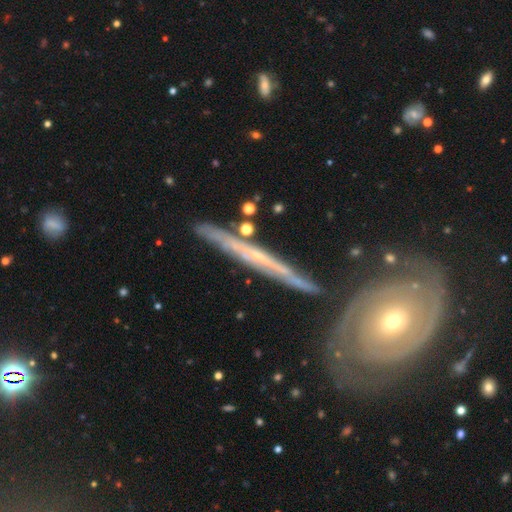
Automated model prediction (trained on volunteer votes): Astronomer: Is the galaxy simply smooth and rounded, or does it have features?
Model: featured or disk — 76%.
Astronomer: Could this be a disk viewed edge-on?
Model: yes — 91%.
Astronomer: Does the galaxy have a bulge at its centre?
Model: none — 63%.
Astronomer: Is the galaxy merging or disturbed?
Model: none — 79%.